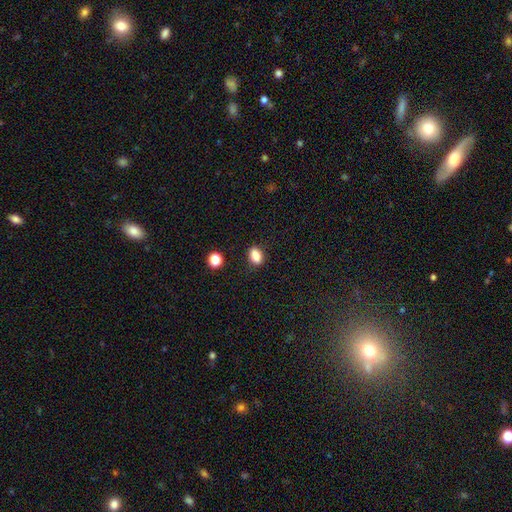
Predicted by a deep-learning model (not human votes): smooth_or_featured: smooth (p=0.85) [alt: star or artifact p=0.10]
how_rounded: in between (p=0.83) [alt: round p=0.14]
merging: none (p=0.84) [alt: minor disturbance p=0.11]